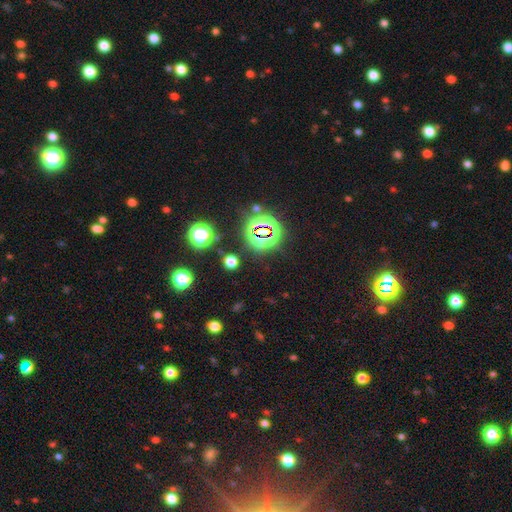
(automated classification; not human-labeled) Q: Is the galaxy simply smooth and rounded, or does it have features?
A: star or artifact — 80%.